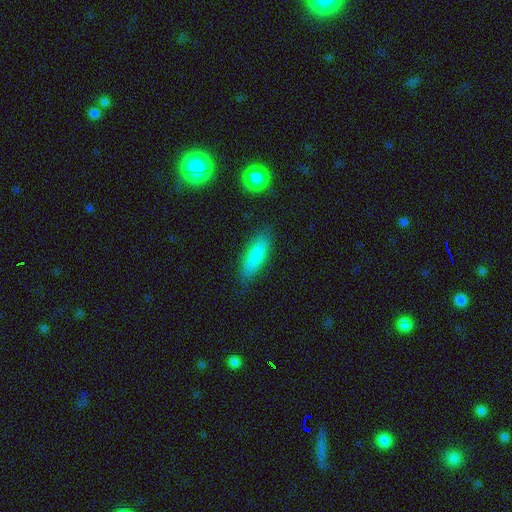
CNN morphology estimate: This is clearly a smooth galaxy (84%). How rounded: possibly cigar-shaped (50%). Merging: clearly none (83%).